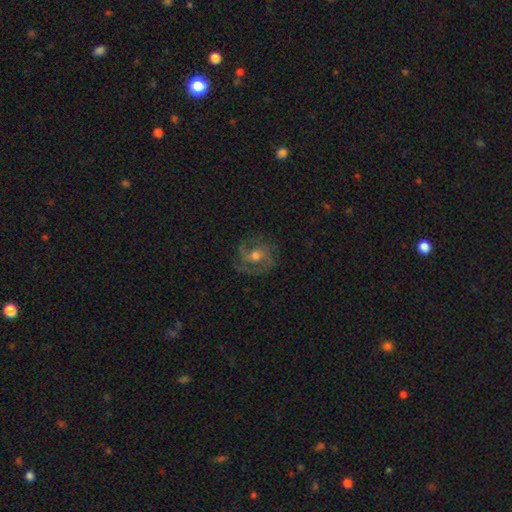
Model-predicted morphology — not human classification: Q: Smooth or featured?
A: featured or disk (77%); runner-up: smooth (14%)
Q: Edge-on disk?
A: no (97%); runner-up: yes (3%)
Q: Bar?
A: no (57%); runner-up: weak (34%)
Q: Spiral arms?
A: yes (92%); runner-up: no (8%)
Q: Spiral winding?
A: medium (49%); runner-up: tight (33%)
Q: Spiral arm count?
A: 2 (43%); runner-up: 3 (25%)
Q: Bulge size?
A: moderate (69%); runner-up: small (24%)
Q: Merging?
A: none (71%); runner-up: minor disturbance (17%)